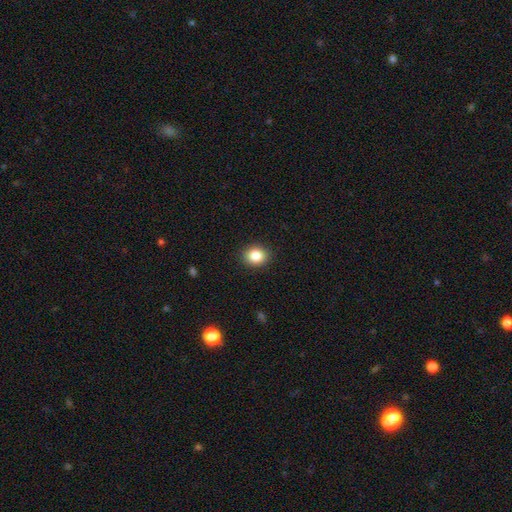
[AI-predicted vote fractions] smooth_or_featured: smooth (p=0.85) [alt: star or artifact p=0.09]
how_rounded: round (p=0.60) [alt: in between p=0.39]
merging: none (p=0.90) [alt: minor disturbance p=0.07]